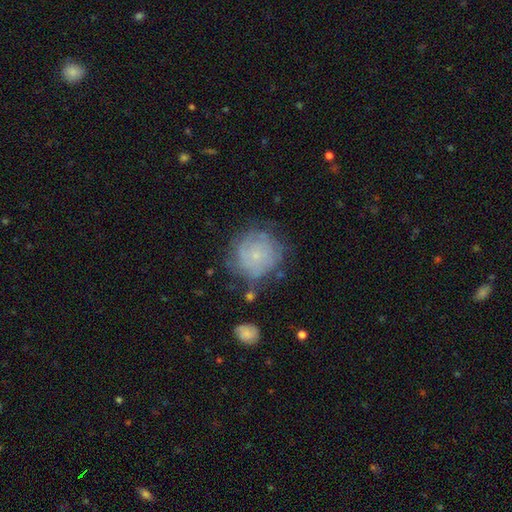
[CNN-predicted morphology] A featured or disk galaxy (58%) with no bar (83%), spiral arms (80%) and a small central bulge (82%).

Vote fractions:
- Smooth or featured? featured or disk: 58% / smooth: 32% / star or artifact: 9%
- Edge-on disk? no: 98% / yes: 2%
- Bar? no: 83% / weak: 14% / strong: 2%
- Spiral arms? yes: 80% / no: 20%
- Bulge size? small: 82% / moderate: 10% / none: 6% / large: 1% / dominant: 1%
- Merging? none: 64% / minor disturbance: 21% / major disturbance: 11% / merger: 4%